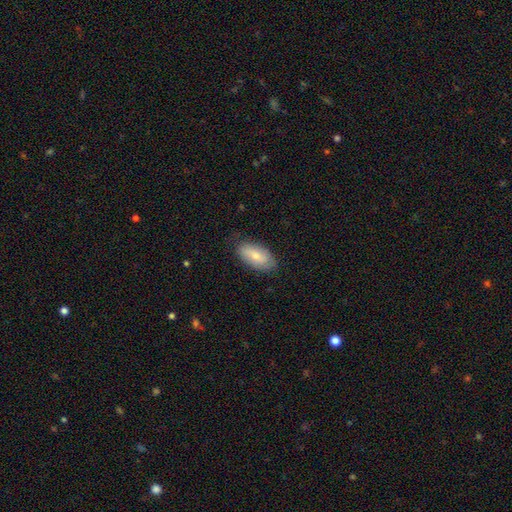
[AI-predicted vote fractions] The model was most divided on "smooth or featured": smooth: 71%, featured or disk: 23%, star or artifact: 6%. More confident: how rounded — in between (92%); merging — none (78%).